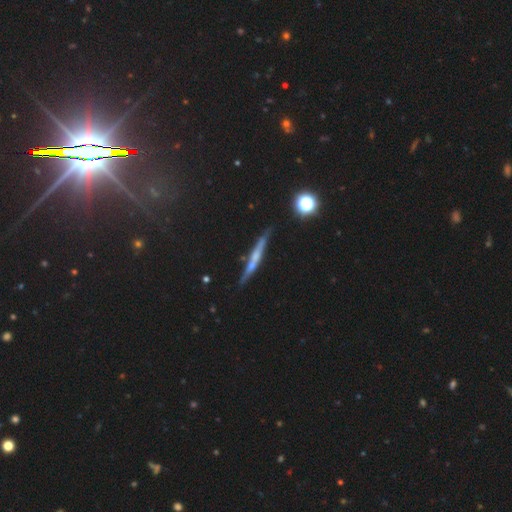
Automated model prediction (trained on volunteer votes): Smooth or featured?
  - featured or disk: 59% *
  - smooth: 26%
  - star or artifact: 15%
Edge-on disk?
  - yes: 93% *
  - no: 7%
Edge-on bulge?
  - none: 46% *
  - rounded: 44%
  - boxy: 10%
Merging?
  - none: 80% *
  - minor disturbance: 12%
  - merger: 5%
  - major disturbance: 3%